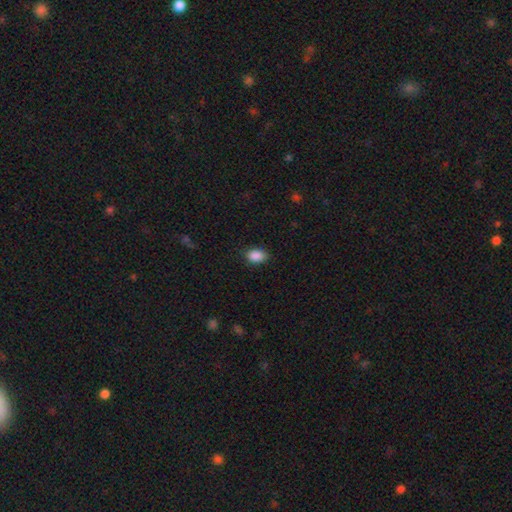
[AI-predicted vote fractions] Smooth or featured: smooth — 89% (star or artifact — 8%)
How rounded: in between — 84% (round — 15%)
Merging: none — 84% (minor disturbance — 12%)